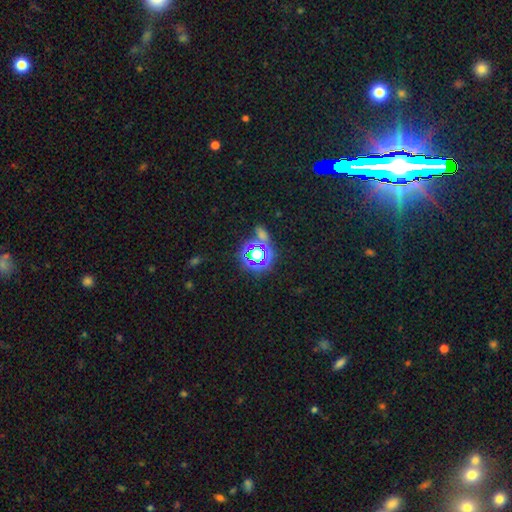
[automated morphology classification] This appears to be a star or artifact, not a galaxy (64%).